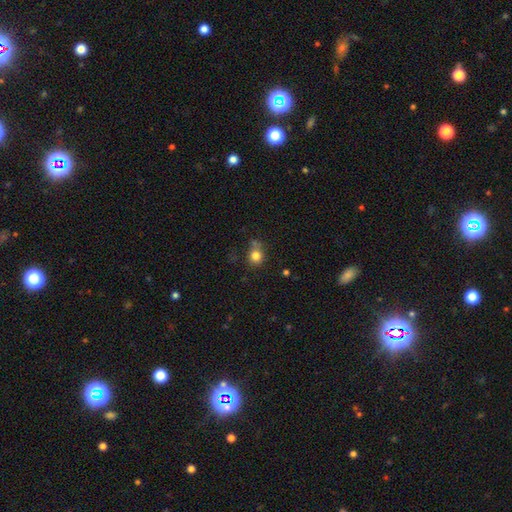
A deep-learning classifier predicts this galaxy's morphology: Overall: smooth (81%). How rounded: round (83%). Merging: none (64%).